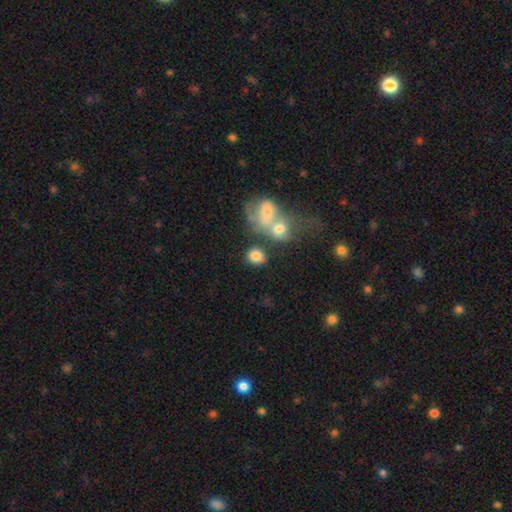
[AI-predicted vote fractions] The model was most divided on "how rounded": round: 63%, in between: 36%, cigar-shaped: 1%. More confident: smooth or featured — smooth (80%); merging — none (59%).